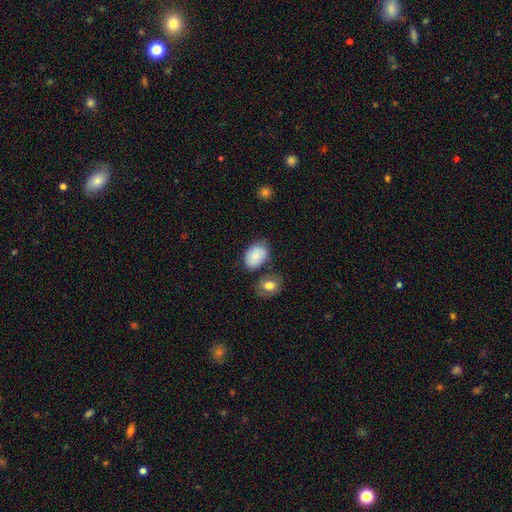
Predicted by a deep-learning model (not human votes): Smooth or featured? smooth (84%)
How rounded? in between (83%)
Merging? none (61%)